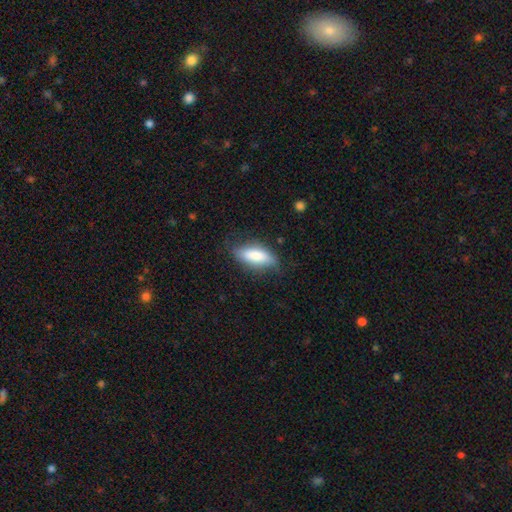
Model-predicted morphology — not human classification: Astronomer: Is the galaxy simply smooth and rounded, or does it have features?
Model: smooth — 76%.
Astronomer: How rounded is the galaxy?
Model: in between — 73%.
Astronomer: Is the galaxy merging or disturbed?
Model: none — 70%.